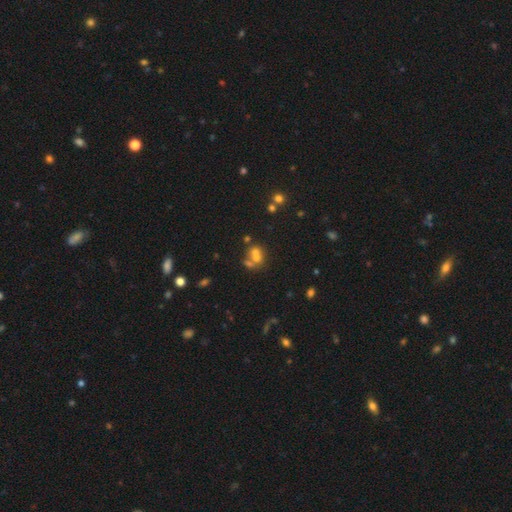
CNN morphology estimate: Overall: smooth (54%; featured or disk 24%). How rounded: round (62%; in between 36%). Merging: merger (54%; none 33%).